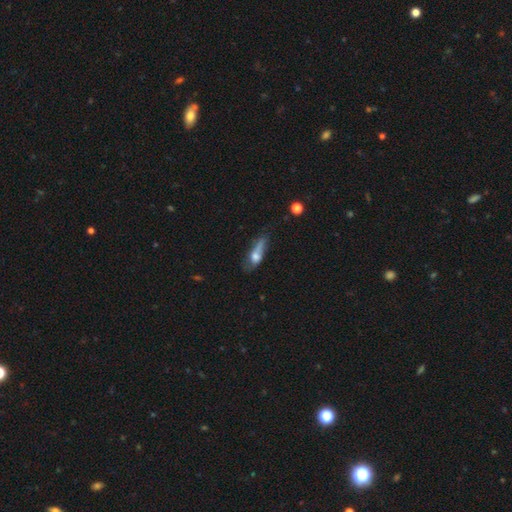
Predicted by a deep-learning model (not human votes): Morphology: type=smooth (57%); roundness=in between (54%); merging=major disturbance (34%).